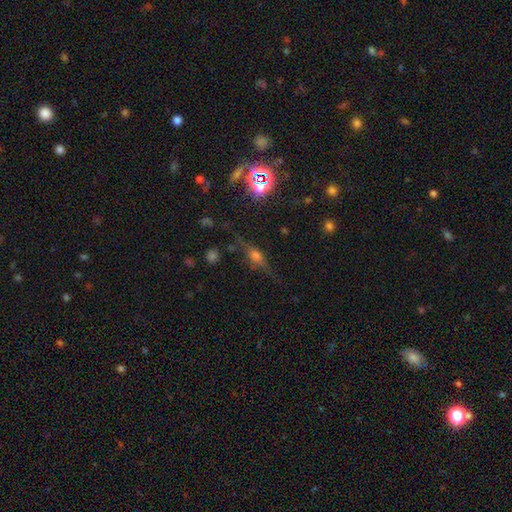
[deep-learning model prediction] Overall: featured or disk (48%; smooth 30%). Merging: none (71%).